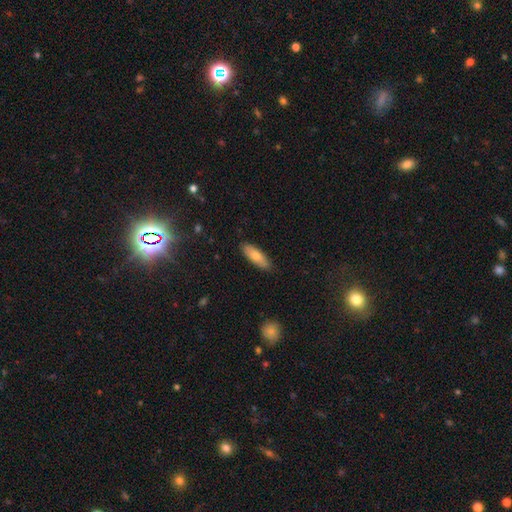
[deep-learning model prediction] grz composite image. It shows a smooth galaxy with no disk features (76%) that is in between round and cigar-shaped (59%). Merging: none (87%).